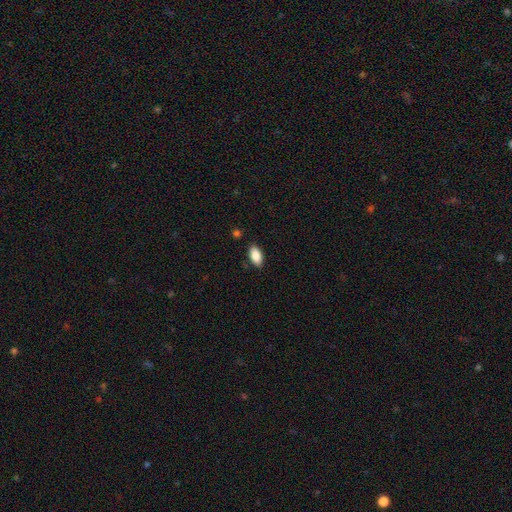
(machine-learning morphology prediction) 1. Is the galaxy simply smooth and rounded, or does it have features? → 88% smooth, 7% star or artifact, 5% featured or disk.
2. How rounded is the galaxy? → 92% in between, 5% cigar-shaped, 3% round.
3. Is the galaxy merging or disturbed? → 86% none, 10% minor disturbance, 2% major disturbance, 1% merger.